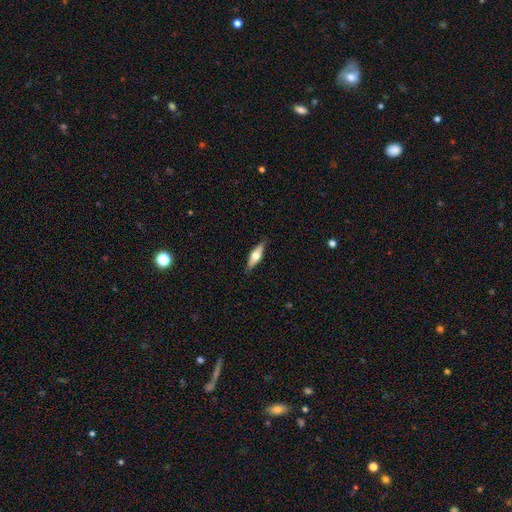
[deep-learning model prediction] smooth-or-featured: smooth: 47% (tied) | featured or disk: 47% (tied) | star or artifact: 6%
  merging: none: 87% | minor disturbance: 10% | major disturbance: 2% | merger: 1%